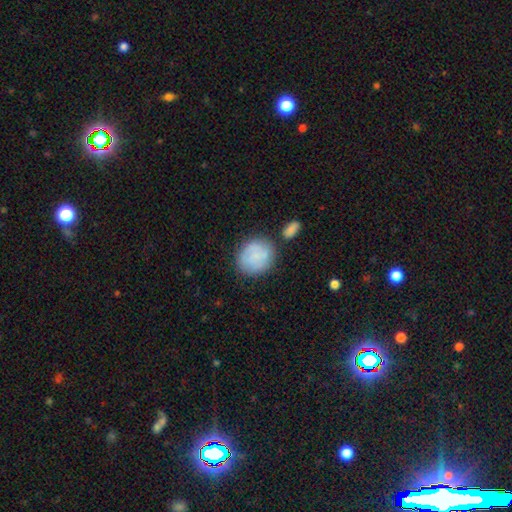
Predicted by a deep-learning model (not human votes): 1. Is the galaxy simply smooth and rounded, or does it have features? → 75% smooth, 17% featured or disk, 7% star or artifact.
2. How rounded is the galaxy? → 74% round, 24% in between, 1% cigar-shaped.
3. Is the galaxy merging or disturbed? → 64% none, 18% minor disturbance, 12% merger, 6% major disturbance.